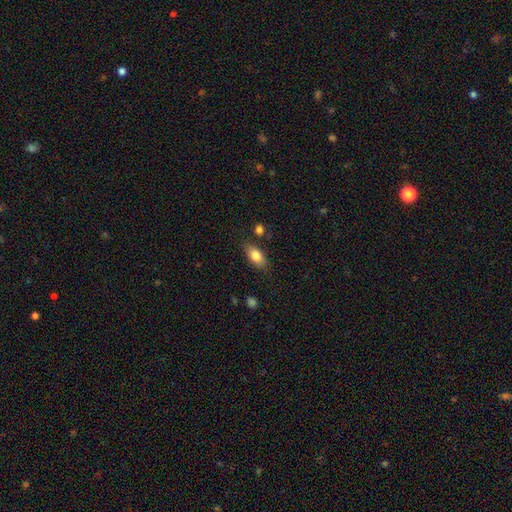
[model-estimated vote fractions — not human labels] Smooth or featured?
  - smooth: 81% *
  - featured or disk: 12%
  - star or artifact: 7%
How rounded?
  - in between: 87% *
  - cigar-shaped: 7%
  - round: 6%
Merging?
  - none: 80% *
  - minor disturbance: 14%
  - merger: 3%
  - major disturbance: 3%